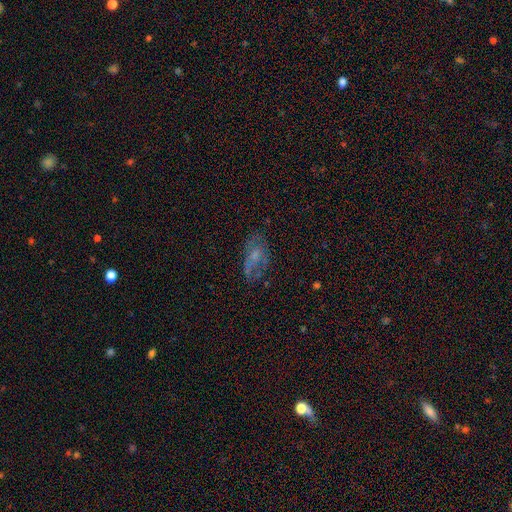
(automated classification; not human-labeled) Q: Smooth or featured?
A: smooth (44%); runner-up: featured or disk (42%)
Q: Merging?
A: none (55%); runner-up: minor disturbance (25%)